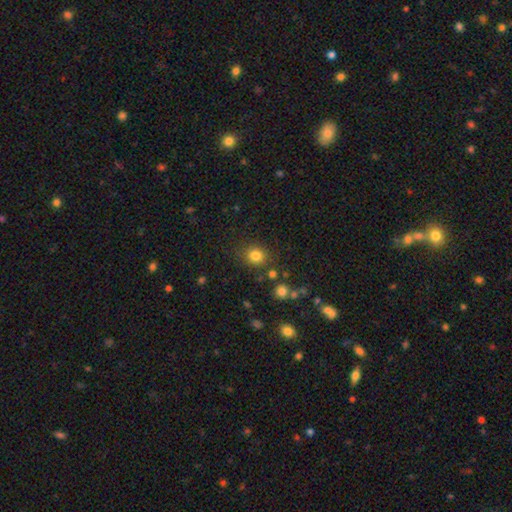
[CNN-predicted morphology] smooth-or-featured: smooth: 81% | star or artifact: 13% | featured or disk: 6%
  how-rounded: round: 83% | in between: 16% | cigar-shaped: 1%
  merging: none: 82% | minor disturbance: 10% | merger: 4% | major disturbance: 4%